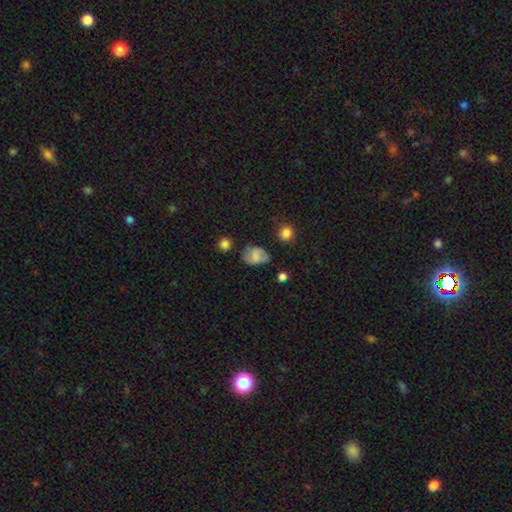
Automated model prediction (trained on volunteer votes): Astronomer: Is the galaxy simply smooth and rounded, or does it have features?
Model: smooth — 63%.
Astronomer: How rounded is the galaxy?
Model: in between — 68%.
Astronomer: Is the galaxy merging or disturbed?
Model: none — 56%.